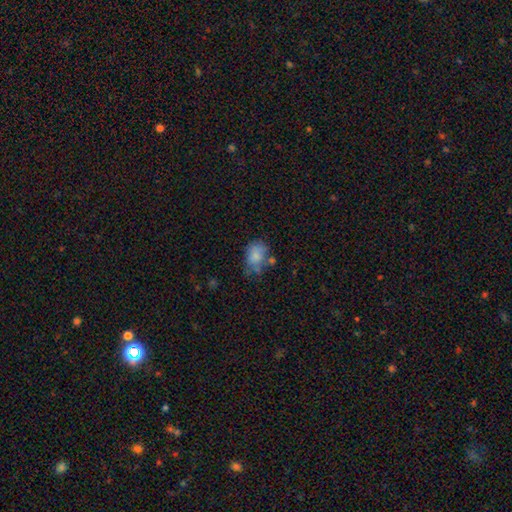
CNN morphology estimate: This appears to be a smooth galaxy with no disk features (74%) that is in between round and cigar-shaped (73%). Merging: none (39%).